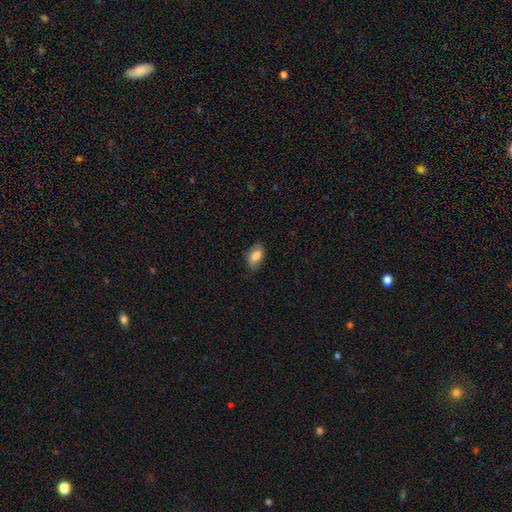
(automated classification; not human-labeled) The model was most divided on "merging": none: 74%, minor disturbance: 21%, major disturbance: 4%, merger: 1%. More confident: how rounded — in between (90%); smooth or featured — smooth (82%).